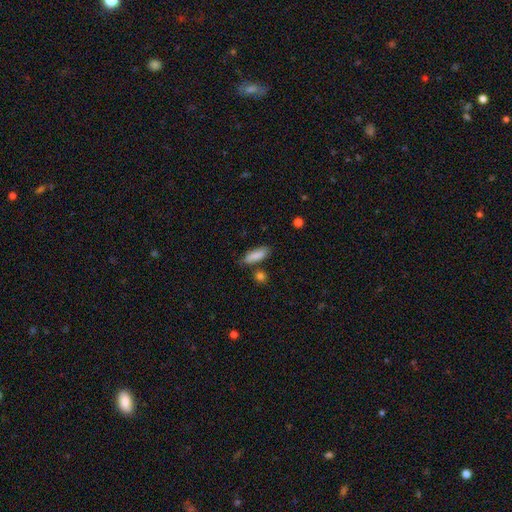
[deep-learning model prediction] Smooth or featured? smooth (86%)
How rounded? in between (56%)
Merging? none (76%)